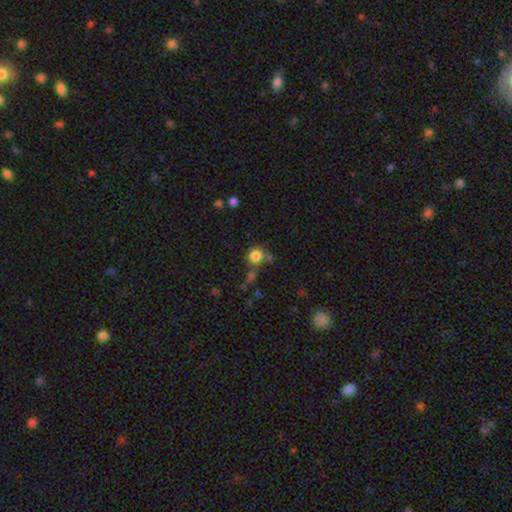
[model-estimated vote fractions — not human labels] This is clearly a smooth galaxy (82%). How rounded: clearly round (87%). Merging: likely none (61%).